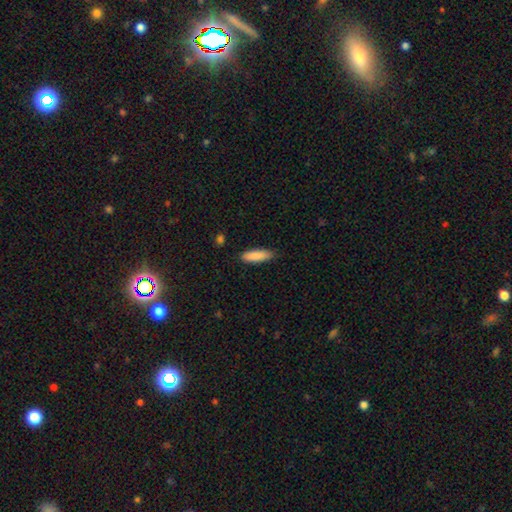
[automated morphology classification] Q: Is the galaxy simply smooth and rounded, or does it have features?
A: smooth — 88%.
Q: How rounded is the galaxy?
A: cigar-shaped — 56%.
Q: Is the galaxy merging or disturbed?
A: none — 85%.